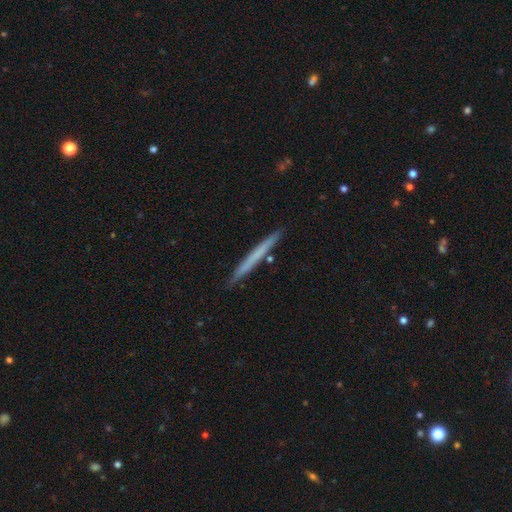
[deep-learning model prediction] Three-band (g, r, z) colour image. It shows a smooth galaxy with no disk features (57%) that is cigar-shaped (97%). Merging: none (90%).